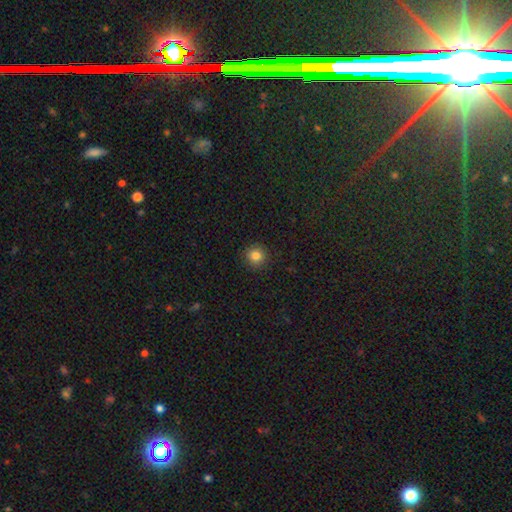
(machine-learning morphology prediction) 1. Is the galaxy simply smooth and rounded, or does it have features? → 83% smooth, 12% star or artifact, 6% featured or disk.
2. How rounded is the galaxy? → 94% round, 6% in between, 1% cigar-shaped.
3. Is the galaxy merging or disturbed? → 92% none, 5% minor disturbance, 2% major disturbance, 1% merger.